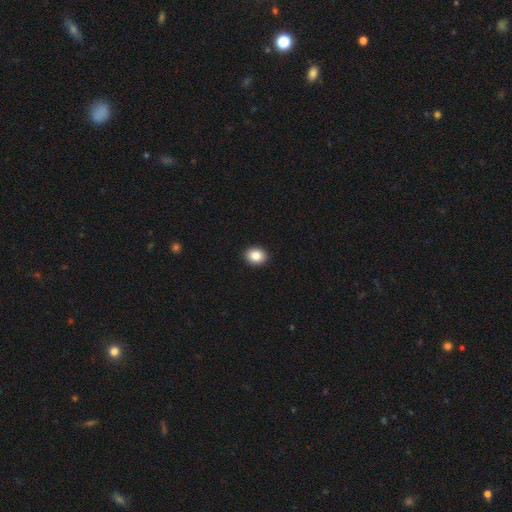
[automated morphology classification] Smooth or featured: smooth — 85% (star or artifact — 9%)
How rounded: in between — 50% (round — 49%)
Merging: none — 93% (minor disturbance — 5%)